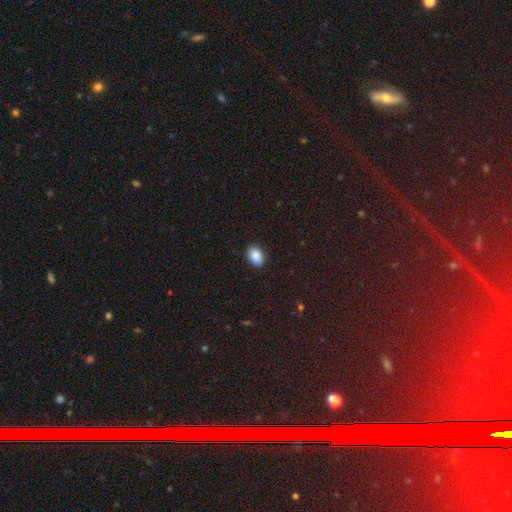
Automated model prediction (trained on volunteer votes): Smooth or featured? Predicted: smooth (p=0.88). How rounded? Predicted: in between (p=0.86). Merging? Predicted: none (p=0.88).